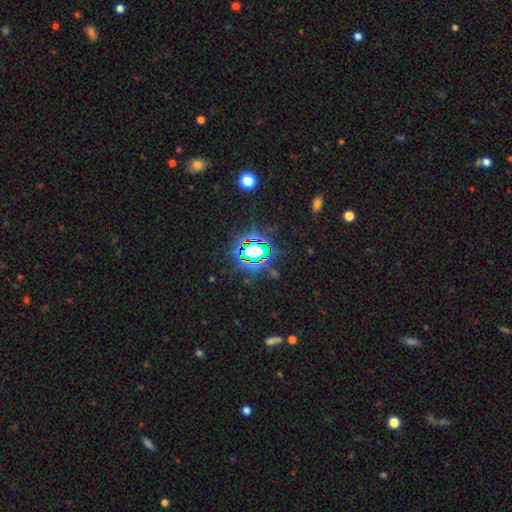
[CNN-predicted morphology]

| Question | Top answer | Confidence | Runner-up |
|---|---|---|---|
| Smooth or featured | star or artifact | 77% | smooth (14%) |